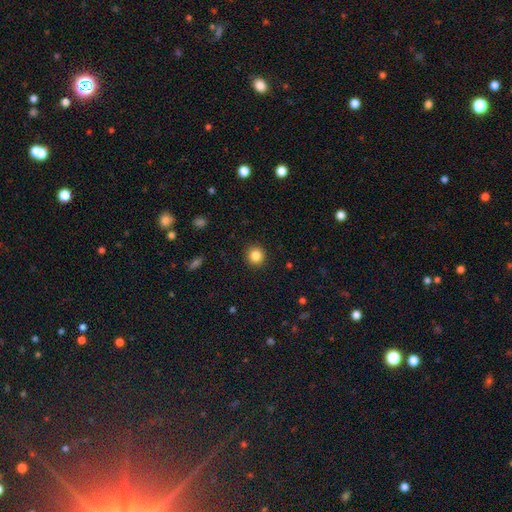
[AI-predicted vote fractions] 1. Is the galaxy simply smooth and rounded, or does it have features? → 85% smooth, 11% star or artifact, 5% featured or disk.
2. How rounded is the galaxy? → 93% round, 6% in between, 1% cigar-shaped.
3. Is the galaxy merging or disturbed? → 92% none, 5% minor disturbance, 2% major disturbance, 1% merger.